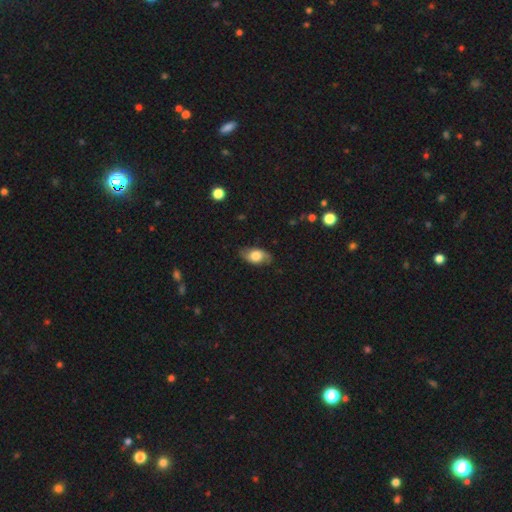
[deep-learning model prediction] A smooth galaxy with no disk features (55%) that is in between round and cigar-shaped (87%). Merging: none (76%).